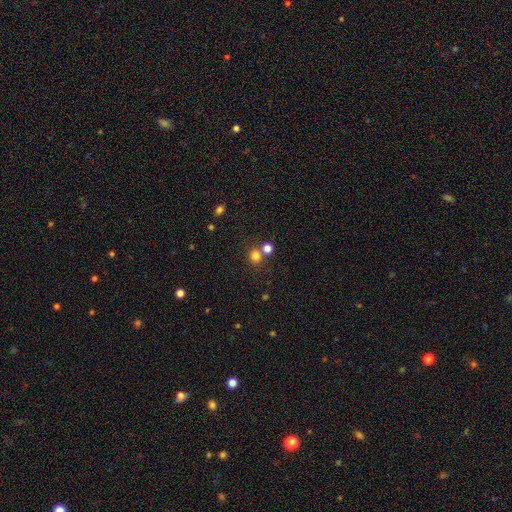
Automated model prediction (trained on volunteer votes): Overall: smooth (78%). How rounded: round (86%). Merging: none (64%; merger 26%).